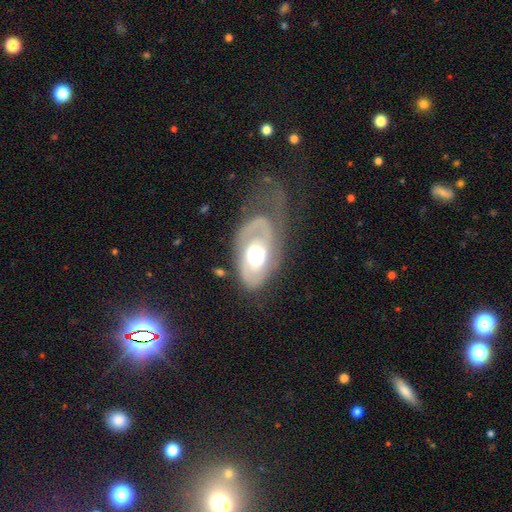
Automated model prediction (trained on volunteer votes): A featured or disk galaxy (68%) with no bar (74%), spiral arms (73%) and a moderate central bulge (51%).

Vote fractions:
- Smooth or featured? featured or disk: 68% / smooth: 26% / star or artifact: 6%
- Edge-on disk? no: 94% / yes: 6%
- Bar? no: 74% / weak: 20% / strong: 6%
- Spiral arms? yes: 73% / no: 27%
- Bulge size? moderate: 51% / large: 38% / dominant: 6% / small: 4% / none: 1%
- Merging? none: 38% / major disturbance: 34% / minor disturbance: 23% / merger: 4%